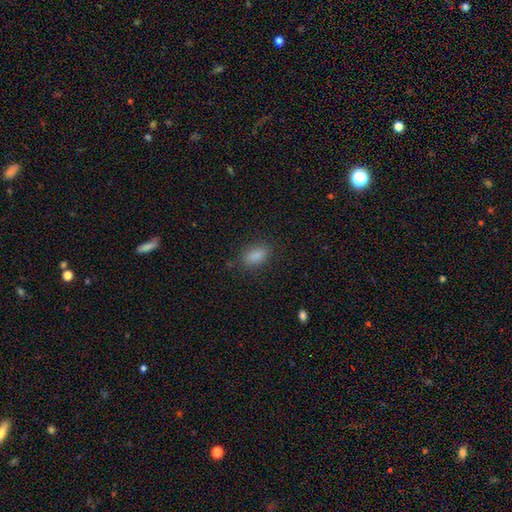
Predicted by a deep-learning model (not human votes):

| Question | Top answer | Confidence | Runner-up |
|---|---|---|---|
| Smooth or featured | smooth | 86% | star or artifact (9%) |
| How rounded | in between | 87% | round (7%) |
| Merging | none | 83% | minor disturbance (12%) |